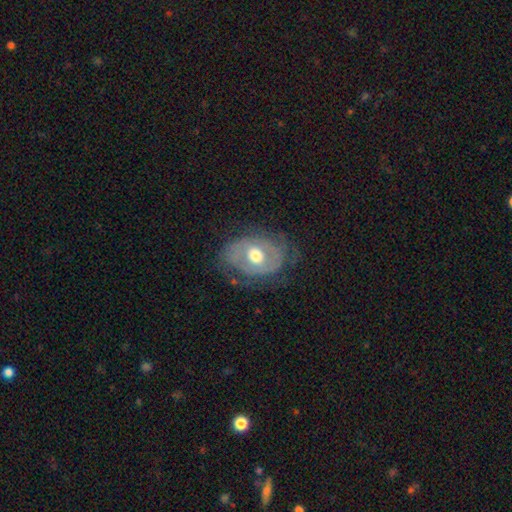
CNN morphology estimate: Smooth or featured? featured or disk (67%)
Edge-on disk? no (95%)
Bar? no (77%)
Spiral arms? yes (54%)
Bulge size? moderate (70%)
Merging? none (62%)